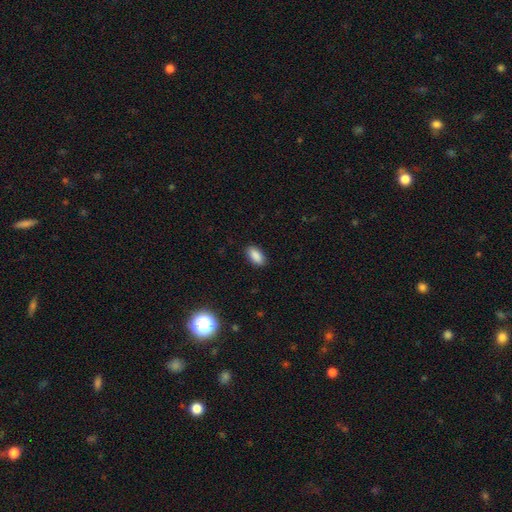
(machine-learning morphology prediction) smooth 88%, star or artifact 8%, featured or disk 4%. Down the decision tree: how rounded — in between (92%); merging — none (89%).